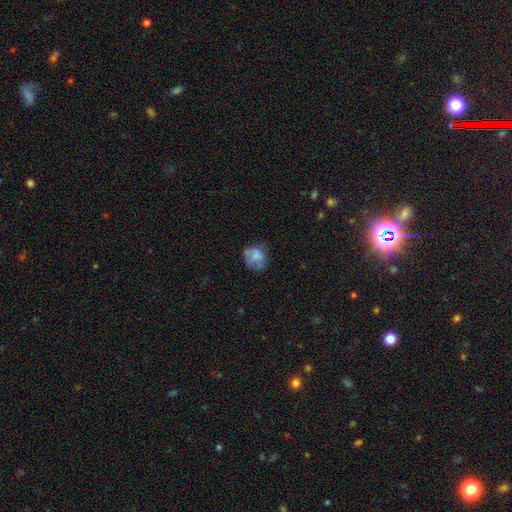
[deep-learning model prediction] The model was most divided on "merging": none: 53%, minor disturbance: 27%, major disturbance: 16%, merger: 3%. More confident: how rounded — round (64%); smooth or featured — smooth (63%).